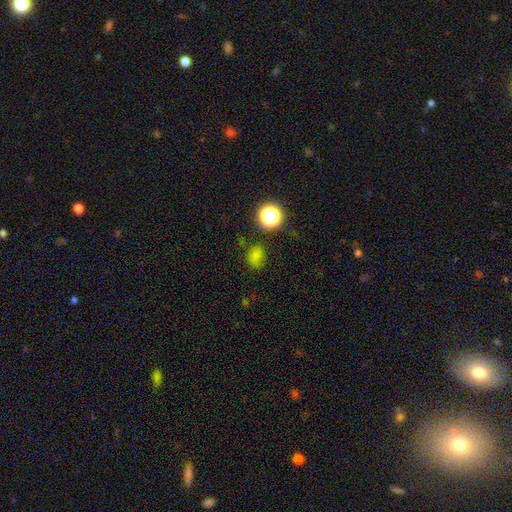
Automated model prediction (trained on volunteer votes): The model was most divided on "how rounded": round: 55%, in between: 43%, cigar-shaped: 1%. More confident: merging — none (73%); smooth or featured — smooth (71%).